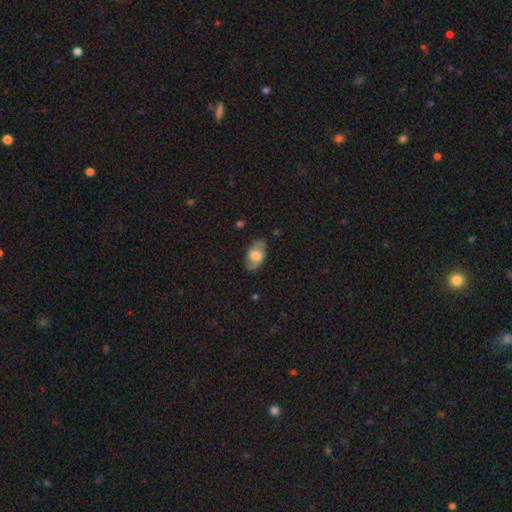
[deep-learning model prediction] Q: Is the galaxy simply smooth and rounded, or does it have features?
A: smooth — 57%.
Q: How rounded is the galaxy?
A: in between — 91%.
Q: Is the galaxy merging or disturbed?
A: none — 77%.